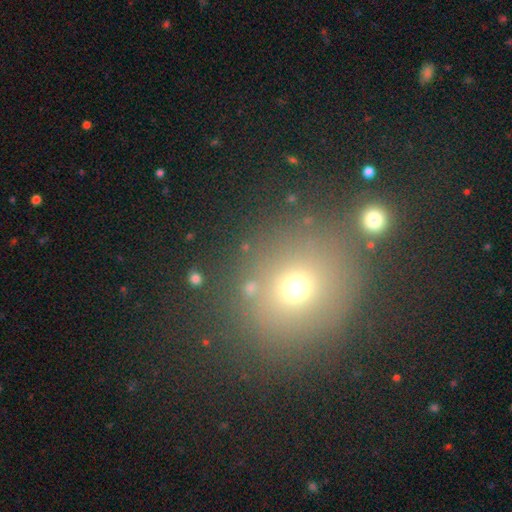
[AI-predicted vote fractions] Morphology: type=smooth (62%); roundness=round (81%); merging=none (80%).